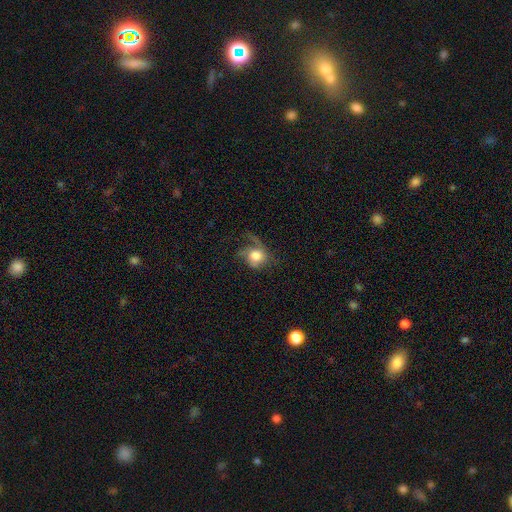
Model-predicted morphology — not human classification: This is possibly a smooth galaxy (47%). Merging: marginally none (40%).